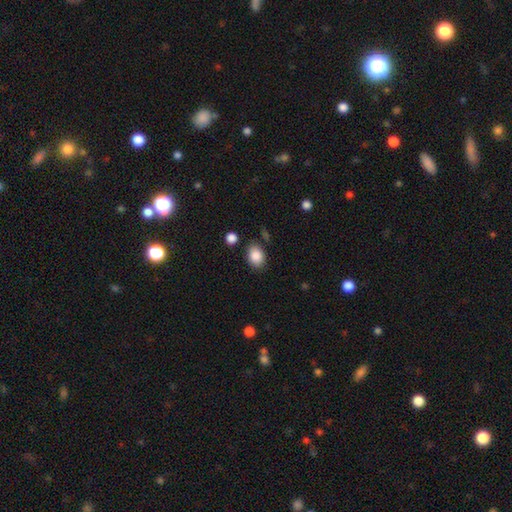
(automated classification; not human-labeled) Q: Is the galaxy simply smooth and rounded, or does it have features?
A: smooth — 87%.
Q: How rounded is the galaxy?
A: in between — 71%.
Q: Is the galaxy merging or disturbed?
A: none — 79%.